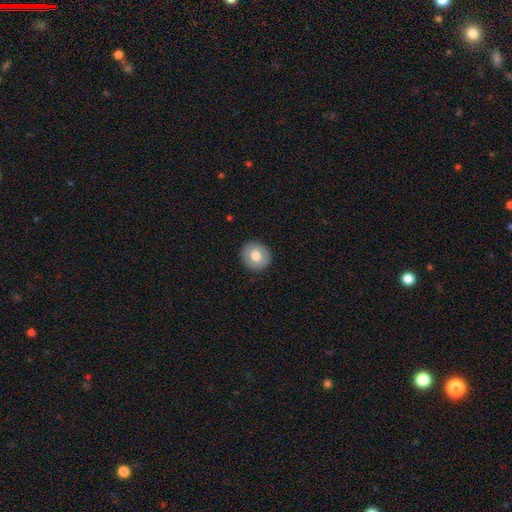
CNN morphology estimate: type=smooth (72%); roundness=round (87%); merging=none (91%).